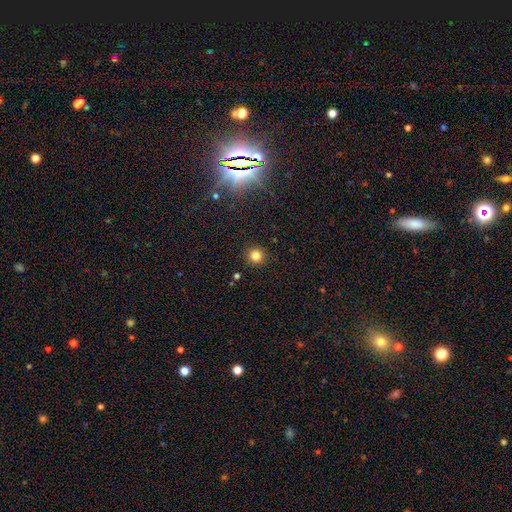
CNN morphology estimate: This is clearly a smooth galaxy (81%). How rounded: clearly round (94%). Merging: clearly none (91%).